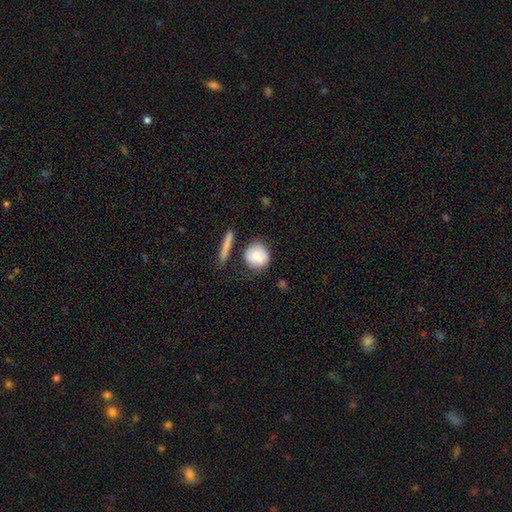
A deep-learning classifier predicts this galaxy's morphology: The model was most divided on "merging": none: 66%, minor disturbance: 18%, merger: 10%, major disturbance: 6%. More confident: how rounded — round (87%); smooth or featured — smooth (74%).